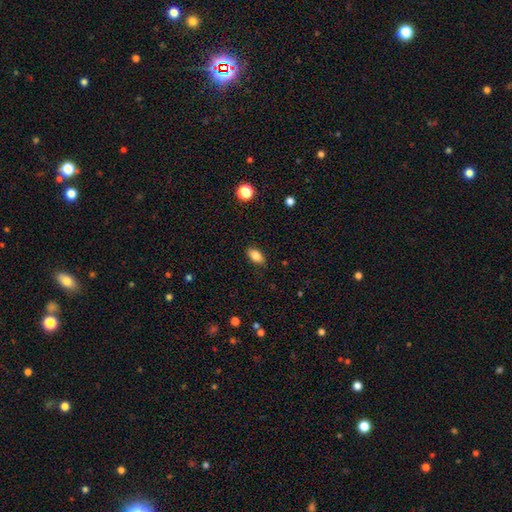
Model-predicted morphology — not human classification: Smooth or featured? smooth (84%)
How rounded? in between (89%)
Merging? none (85%)